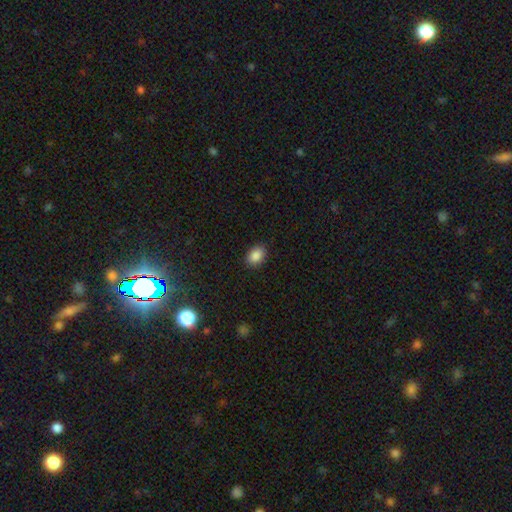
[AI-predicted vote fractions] Smooth or featured?
  - smooth: 88% *
  - star or artifact: 8%
  - featured or disk: 4%
How rounded?
  - in between: 77% *
  - round: 22%
  - cigar-shaped: 1%
Merging?
  - none: 88% *
  - minor disturbance: 8%
  - major disturbance: 2%
  - merger: 1%